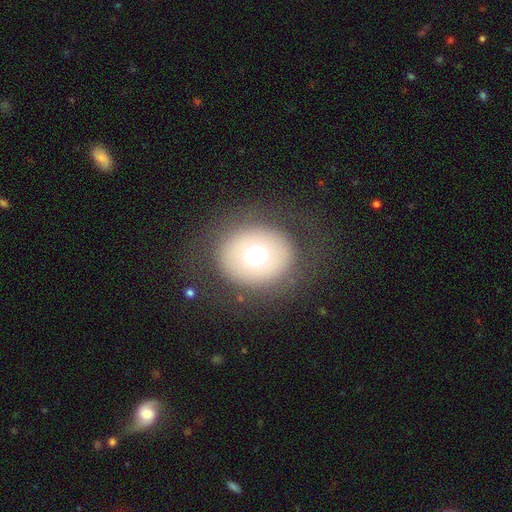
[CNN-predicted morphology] This is likely a smooth galaxy (64%). How rounded: likely round (76%). Merging: likely none (79%).